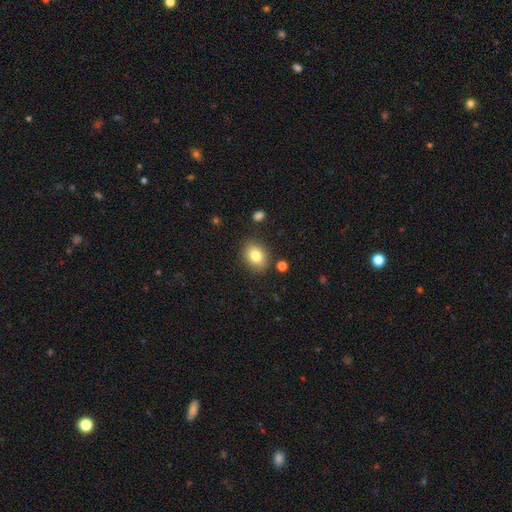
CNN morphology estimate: smooth_or_featured: smooth (p=0.81) [alt: featured or disk p=0.10]
how_rounded: in between (p=0.70) [alt: round p=0.29]
merging: none (p=0.84) [alt: minor disturbance p=0.10]